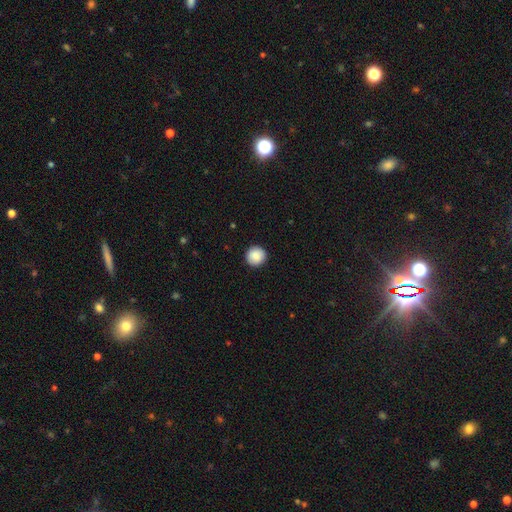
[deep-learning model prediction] Q: Smooth or featured?
A: smooth (88%); runner-up: star or artifact (8%)
Q: How rounded?
A: round (95%); runner-up: in between (4%)
Q: Merging?
A: none (92%); runner-up: minor disturbance (6%)